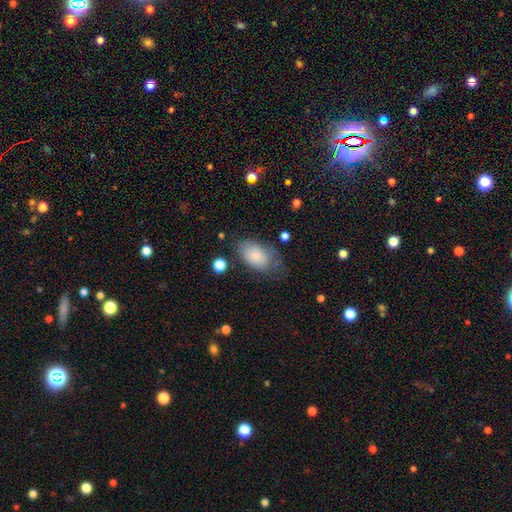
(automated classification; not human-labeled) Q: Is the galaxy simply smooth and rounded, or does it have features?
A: smooth — 78%.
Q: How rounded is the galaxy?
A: in between — 92%.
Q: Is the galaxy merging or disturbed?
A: none — 52%.